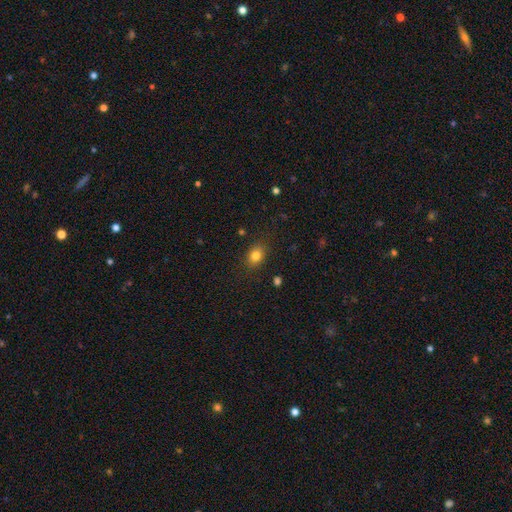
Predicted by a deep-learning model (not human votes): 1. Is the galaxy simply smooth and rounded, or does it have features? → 82% smooth, 11% star or artifact, 7% featured or disk.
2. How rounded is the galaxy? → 60% in between, 38% round, 1% cigar-shaped.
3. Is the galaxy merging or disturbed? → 85% none, 11% minor disturbance, 3% major disturbance, 1% merger.